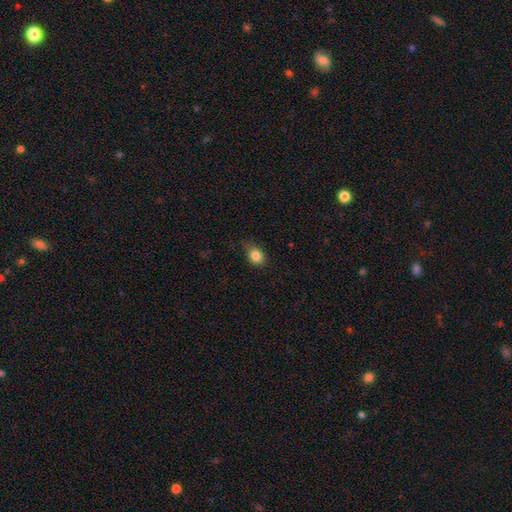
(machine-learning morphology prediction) This is clearly a smooth galaxy (84%). How rounded: possibly in between (59%). Merging: likely none (69%).